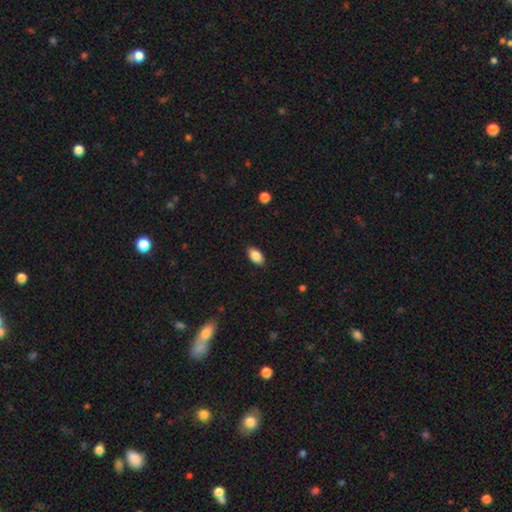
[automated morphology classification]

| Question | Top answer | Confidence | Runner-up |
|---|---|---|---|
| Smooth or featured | smooth | 87% | star or artifact (7%) |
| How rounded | in between | 93% | round (4%) |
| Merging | none | 88% | minor disturbance (9%) |